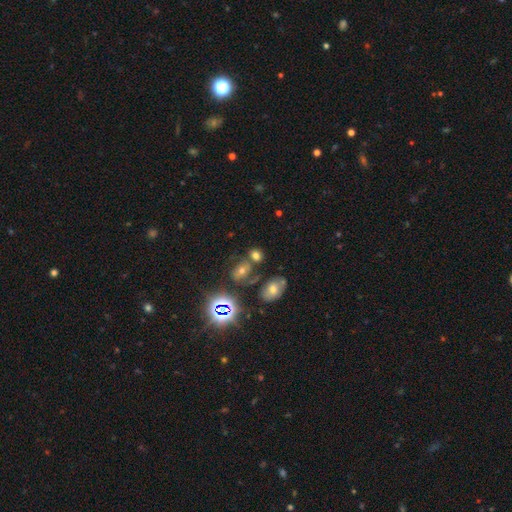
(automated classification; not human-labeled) Smooth or featured?
  - smooth: 59% *
  - star or artifact: 27%
  - featured or disk: 14%
How rounded?
  - in between: 52% *
  - round: 46%
  - cigar-shaped: 2%
Merging?
  - none: 58% *
  - merger: 22%
  - minor disturbance: 14%
  - major disturbance: 6%